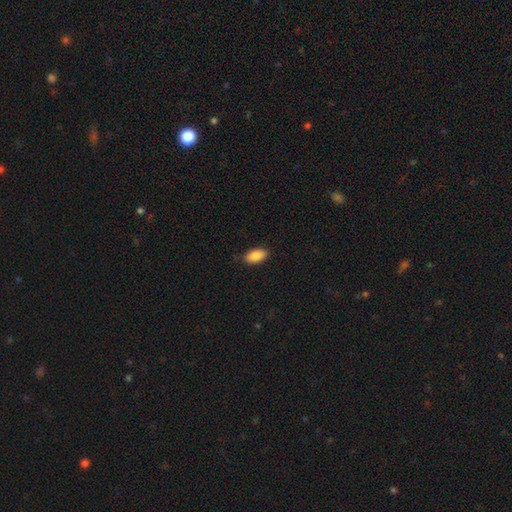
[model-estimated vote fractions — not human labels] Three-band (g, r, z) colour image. It shows a smooth galaxy with no disk features (89%) that is in between round and cigar-shaped (93%). Merging: none (86%).